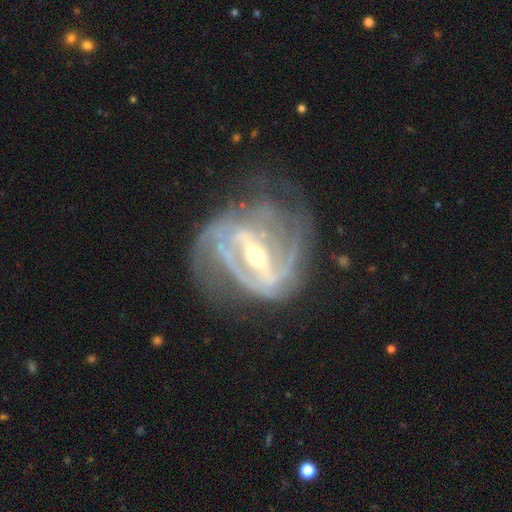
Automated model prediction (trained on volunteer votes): Morphology: type=featured or disk (90%); edge-on=no (95%); bar=strong (72%); spiral arms=yes (92%); winding=tight (50%); arm count=2 (39%); bulge=moderate (54%); merging=none (55%).